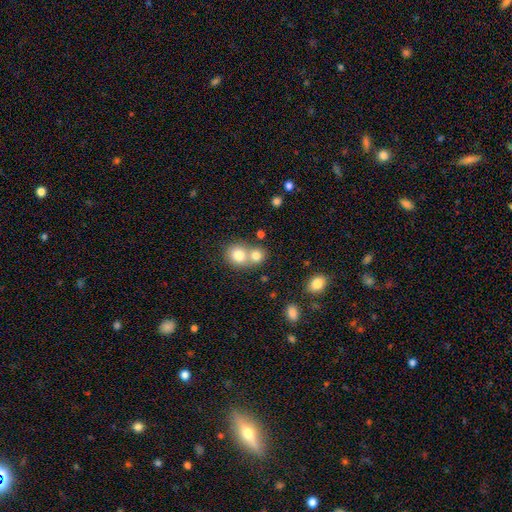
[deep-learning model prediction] This appears to be a smooth galaxy with no disk features (78%) that is round (76%). Merging: merger (57%).